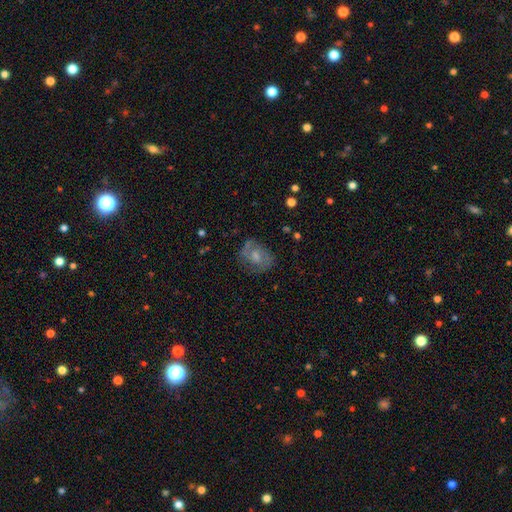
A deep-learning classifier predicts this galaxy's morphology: This appears to be a featured or disk galaxy (58%) with no bar (50%), spiral arms (75%) and a moderate central bulge (47%). Merging: none (66%).